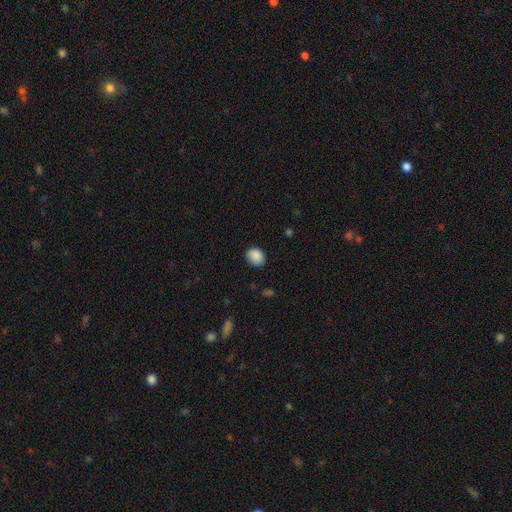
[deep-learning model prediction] The model was most divided on "how rounded": round: 51%, in between: 48%, cigar-shaped: 1%. More confident: smooth or featured — smooth (88%); merging — none (80%).